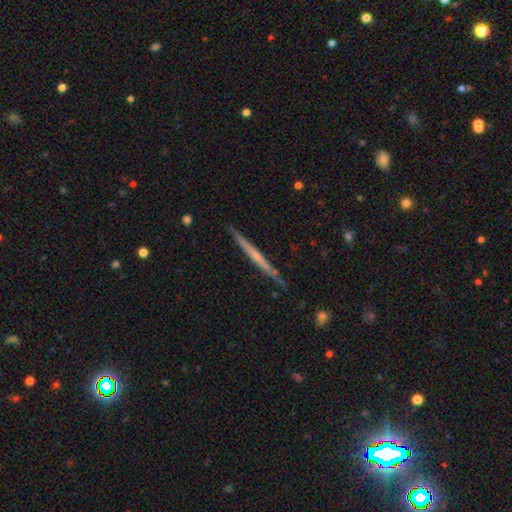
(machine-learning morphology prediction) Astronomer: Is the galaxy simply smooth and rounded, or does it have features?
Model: featured or disk — 63%.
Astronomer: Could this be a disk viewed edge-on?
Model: yes — 97%.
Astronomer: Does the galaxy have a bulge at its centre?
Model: none — 72%.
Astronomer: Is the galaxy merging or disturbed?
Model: none — 87%.